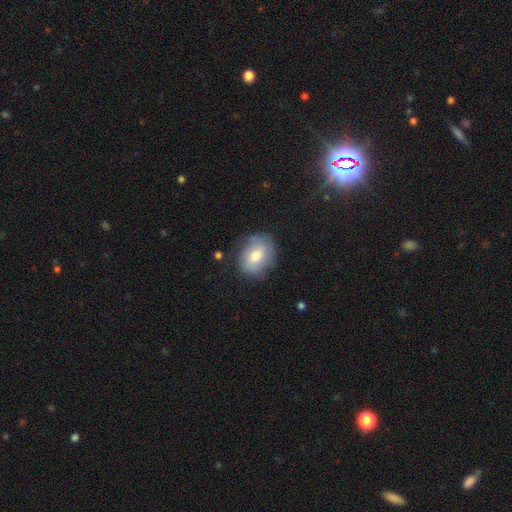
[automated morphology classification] Overall: smooth (67%). How rounded: in between (63%; round 36%). Merging: none (78%).